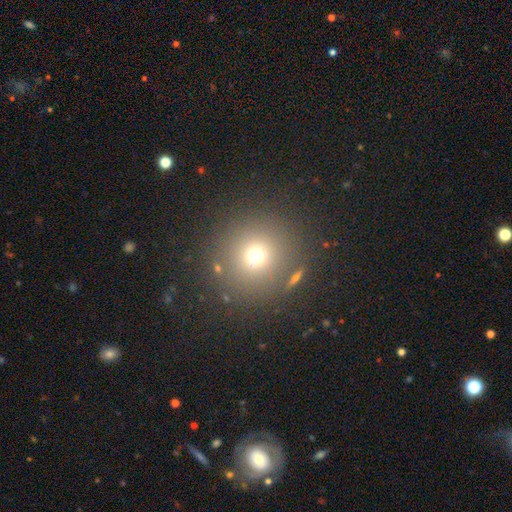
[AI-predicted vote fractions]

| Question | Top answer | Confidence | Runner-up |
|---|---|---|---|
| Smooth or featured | smooth | 69% | star or artifact (20%) |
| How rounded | round | 94% | in between (5%) |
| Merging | none | 83% | minor disturbance (7%) |